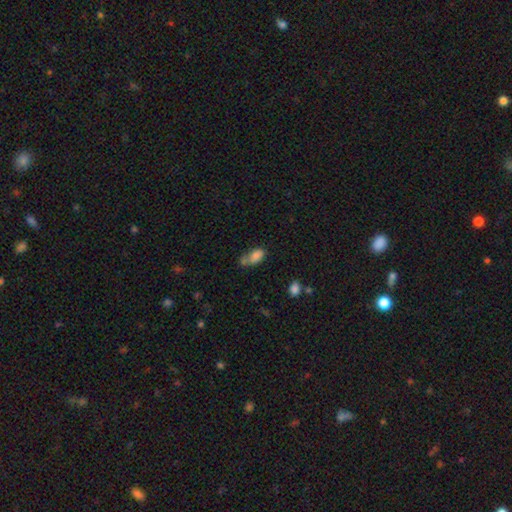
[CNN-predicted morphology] Smooth or featured? Predicted: smooth (p=0.81). How rounded? Predicted: in between (p=0.88). Merging? Predicted: none (p=0.35).